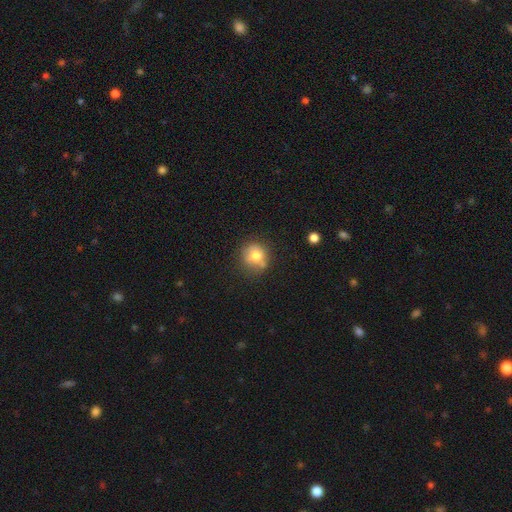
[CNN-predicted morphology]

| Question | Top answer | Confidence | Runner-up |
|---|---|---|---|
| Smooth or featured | smooth | 74% | featured or disk (15%) |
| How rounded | round | 87% | in between (12%) |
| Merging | none | 65% | minor disturbance (19%) |